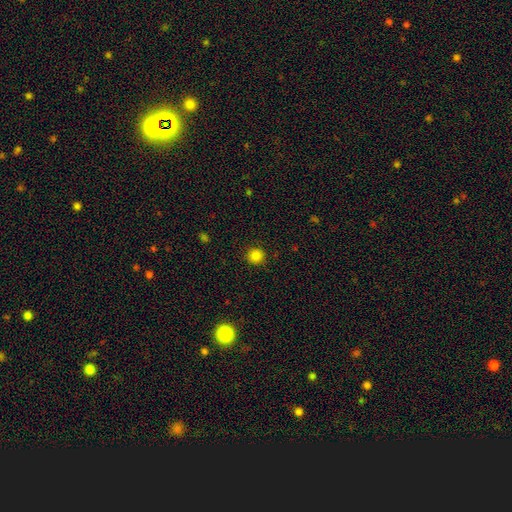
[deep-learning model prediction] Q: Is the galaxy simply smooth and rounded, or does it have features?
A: smooth — 84%.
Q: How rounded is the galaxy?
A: round — 94%.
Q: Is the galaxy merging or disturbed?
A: none — 91%.